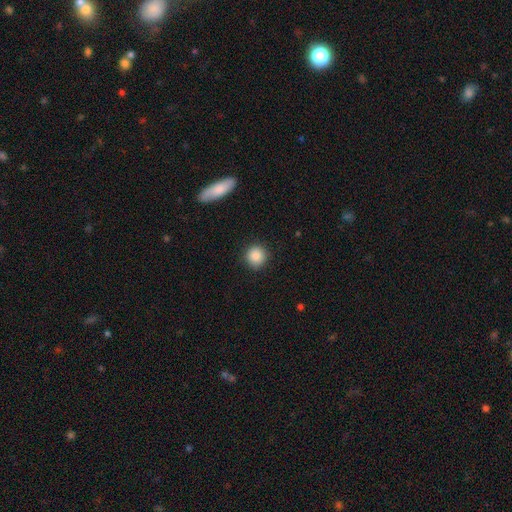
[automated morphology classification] Overall: smooth (87%). How rounded: round (92%). Merging: none (90%).